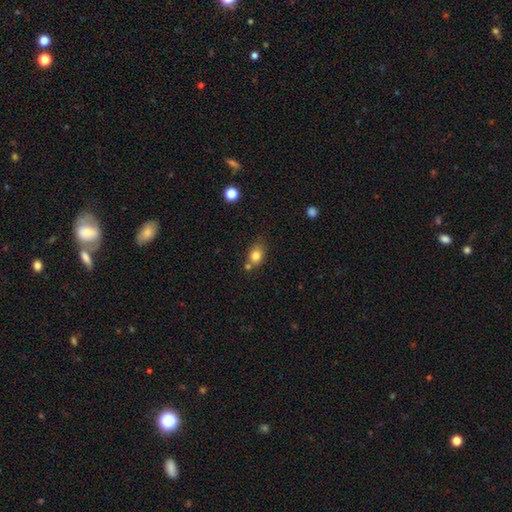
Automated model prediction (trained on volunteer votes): Q: Smooth or featured?
A: smooth (82%); runner-up: star or artifact (10%)
Q: How rounded?
A: in between (56%); runner-up: round (42%)
Q: Merging?
A: none (58%); runner-up: merger (20%)